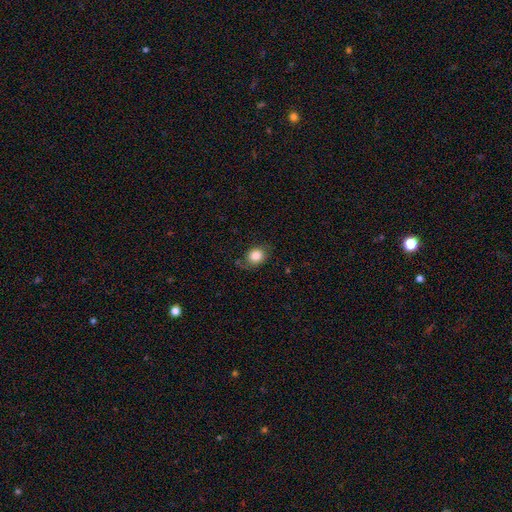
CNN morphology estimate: Smooth or featured?
  - smooth: 83% *
  - star or artifact: 9%
  - featured or disk: 9%
How rounded?
  - round: 57% *
  - in between: 42%
  - cigar-shaped: 1%
Merging?
  - none: 68% *
  - minor disturbance: 23%
  - major disturbance: 7%
  - merger: 2%